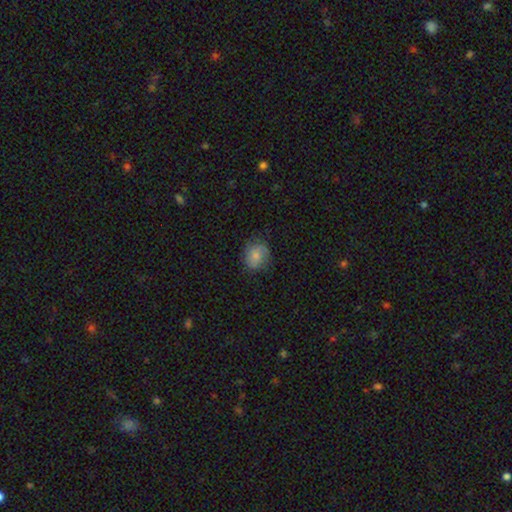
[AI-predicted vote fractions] A smooth galaxy with no disk features (71%) that is round (68%).

Vote fractions:
- Smooth or featured? smooth: 71% / featured or disk: 21% / star or artifact: 8%
- How rounded? round: 68% / in between: 31% / cigar-shaped: 1%
- Merging? none: 70% / minor disturbance: 22% / major disturbance: 7% / merger: 1%